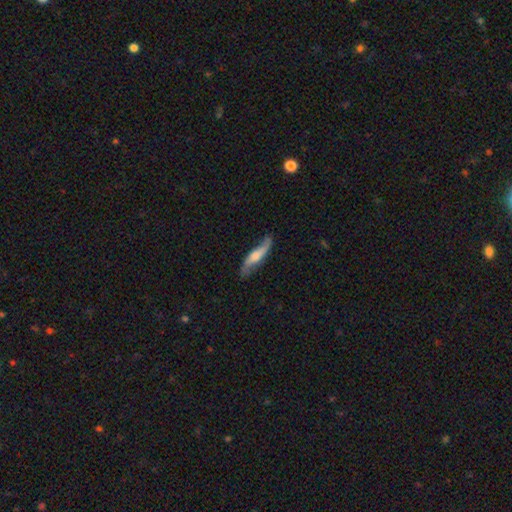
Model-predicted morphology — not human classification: This appears to be a featured or disk galaxy (69%). Merging: none (74%).